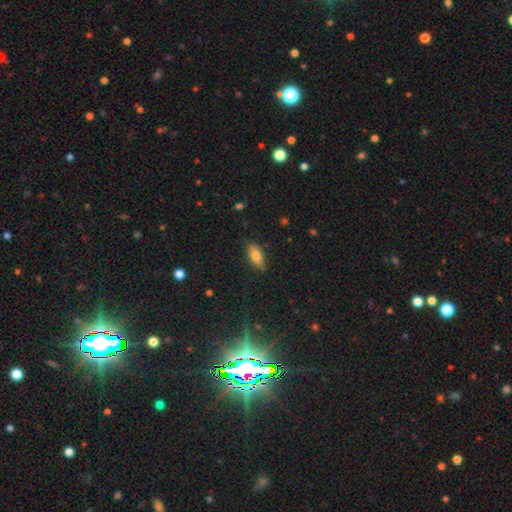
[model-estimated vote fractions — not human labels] The model was most divided on "smooth or featured": smooth: 76%, featured or disk: 15%, star or artifact: 9%. More confident: how rounded — in between (83%); merging — none (79%).